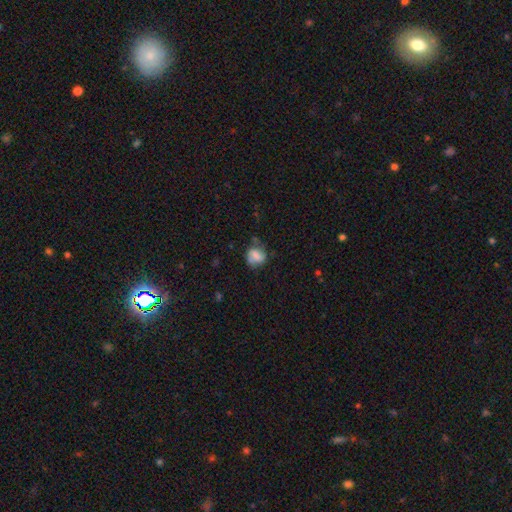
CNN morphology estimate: type=smooth (56%); roundness=round (58%); merging=none (56%).